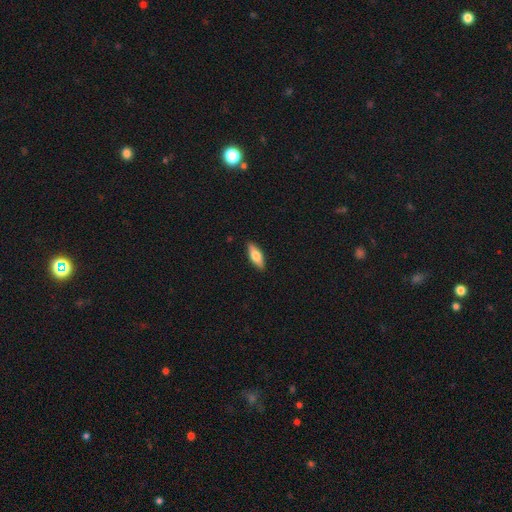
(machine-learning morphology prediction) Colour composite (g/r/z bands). It shows a smooth galaxy with no disk features (68%) that is in between round and cigar-shaped (69%). Merging: none (89%).